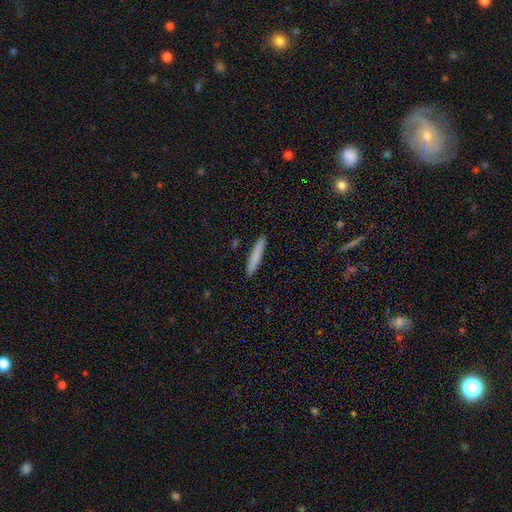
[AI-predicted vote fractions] Smooth or featured? smooth (81%)
How rounded? cigar-shaped (93%)
Merging? none (91%)